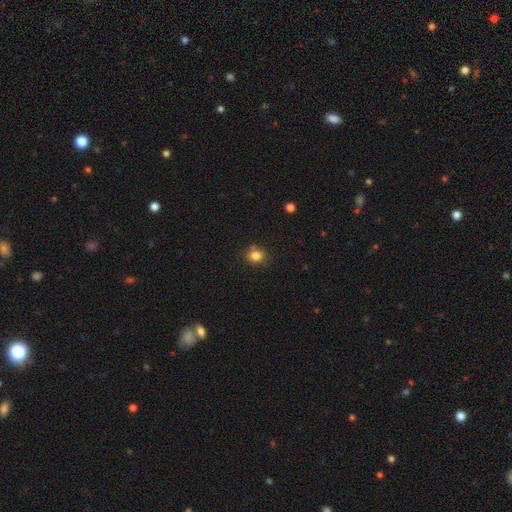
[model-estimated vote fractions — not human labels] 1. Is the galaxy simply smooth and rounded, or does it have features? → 80% smooth, 12% star or artifact, 8% featured or disk.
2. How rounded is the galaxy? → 57% round, 42% in between, 1% cigar-shaped.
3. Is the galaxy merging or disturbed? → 67% none, 17% minor disturbance, 11% merger, 4% major disturbance.